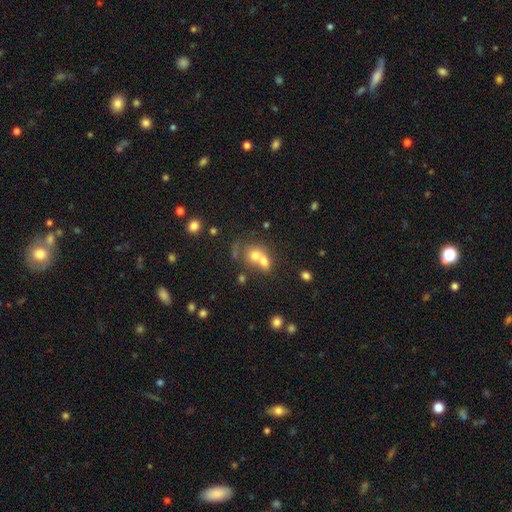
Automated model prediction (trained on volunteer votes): smooth-or-featured: smooth: 67% | featured or disk: 20% | star or artifact: 13%
  how-rounded: round: 64% | in between: 35% | cigar-shaped: 1%
  merging: merger: 66% | none: 24% | minor disturbance: 6% | major disturbance: 4%